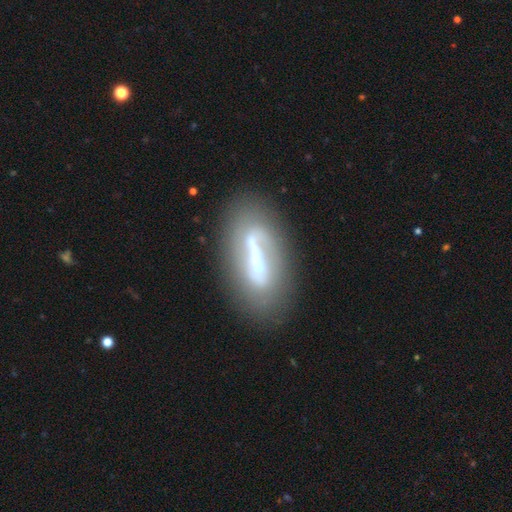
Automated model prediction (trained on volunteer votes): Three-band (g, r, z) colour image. It shows a featured or disk galaxy (63%). Merging: none (65%).